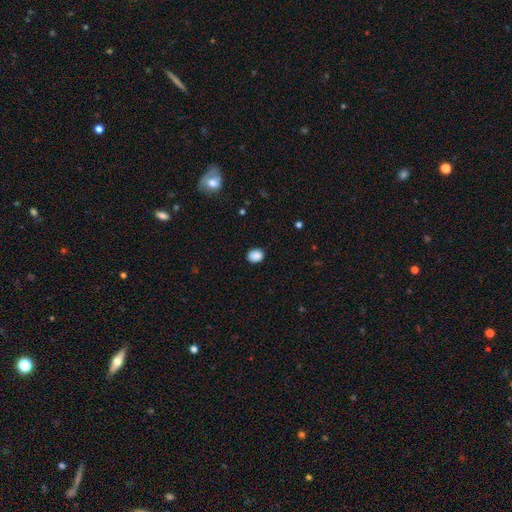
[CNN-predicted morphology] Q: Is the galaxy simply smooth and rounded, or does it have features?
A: smooth — 88%.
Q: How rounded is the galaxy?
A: round — 50%.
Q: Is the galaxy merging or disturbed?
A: none — 86%.